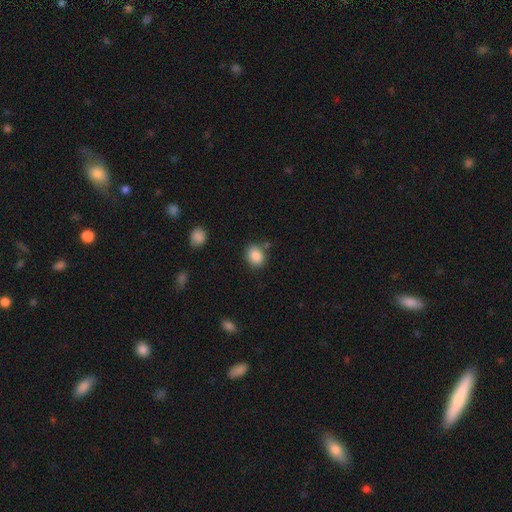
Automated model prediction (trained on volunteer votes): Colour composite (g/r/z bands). It shows a smooth galaxy with no disk features (87%) that is round (54%). Merging: none (76%).